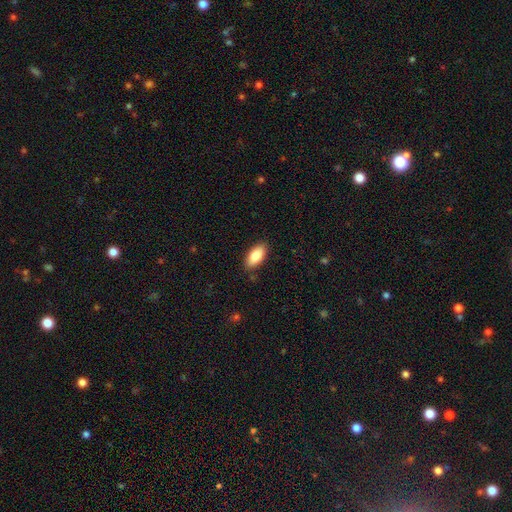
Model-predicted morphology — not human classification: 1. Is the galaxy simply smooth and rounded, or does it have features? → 86% smooth, 8% featured or disk, 7% star or artifact.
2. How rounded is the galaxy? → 91% in between, 7% cigar-shaped, 2% round.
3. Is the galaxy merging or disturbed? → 86% none, 11% minor disturbance, 2% major disturbance, 1% merger.